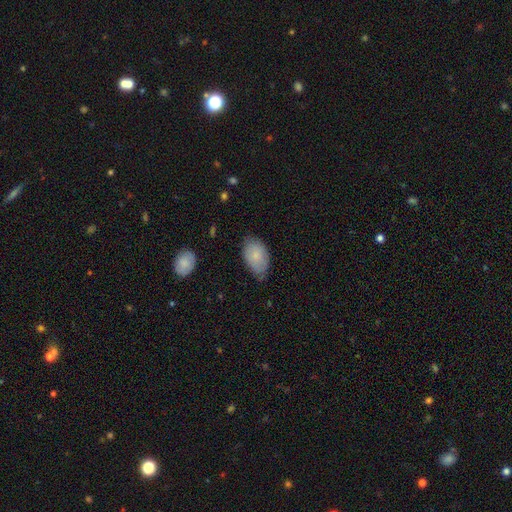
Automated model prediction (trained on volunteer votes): This appears to be a smooth galaxy with no disk features (80%) that is in between round and cigar-shaped (92%). Merging: none (65%).